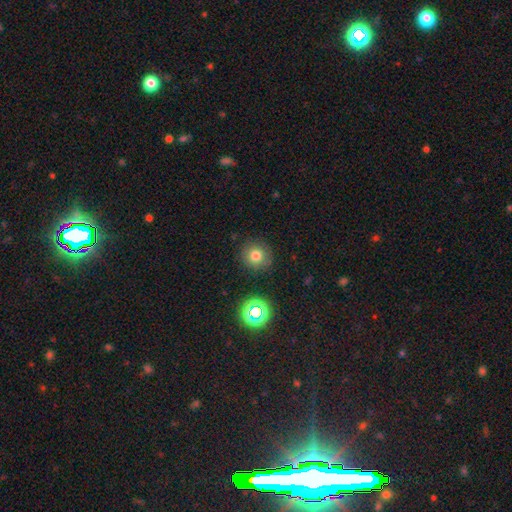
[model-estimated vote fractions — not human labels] Overall: smooth (75%). How rounded: round (93%). Merging: none (88%).